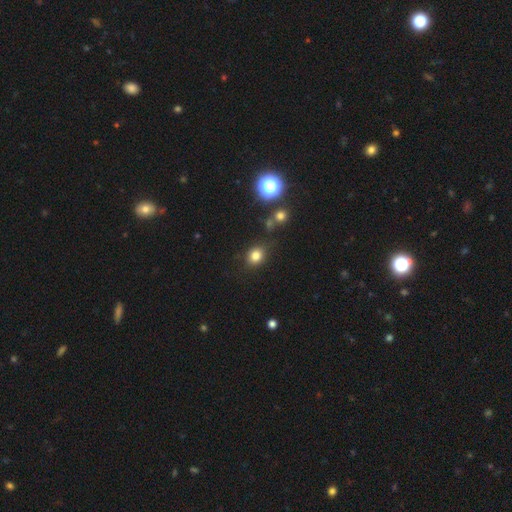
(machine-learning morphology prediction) Smooth or featured? Predicted: smooth (p=0.80). How rounded? Predicted: round (p=0.65). Merging? Predicted: none (p=0.81).